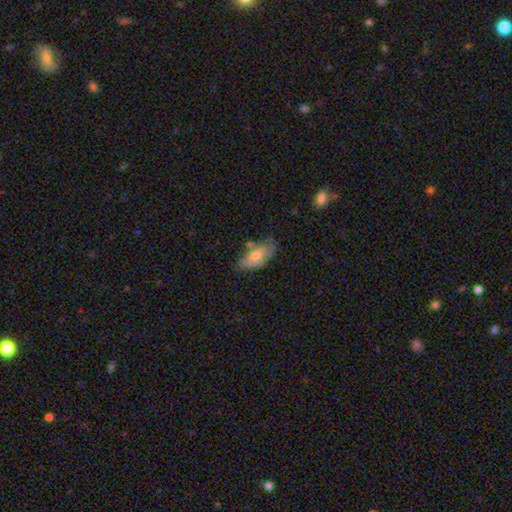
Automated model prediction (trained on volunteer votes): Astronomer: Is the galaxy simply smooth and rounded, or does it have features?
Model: smooth — 58% (runner-up: featured or disk, 35%).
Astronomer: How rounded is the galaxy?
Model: in between — 88%.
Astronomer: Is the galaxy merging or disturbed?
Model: none — 54% (runner-up: minor disturbance, 30%).